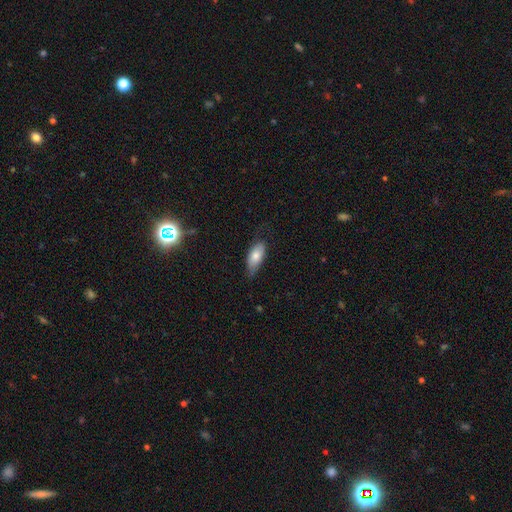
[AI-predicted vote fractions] smooth 75%, featured or disk 18%, star or artifact 6%. Down the decision tree: how rounded — in between (85%); merging — none (63%).